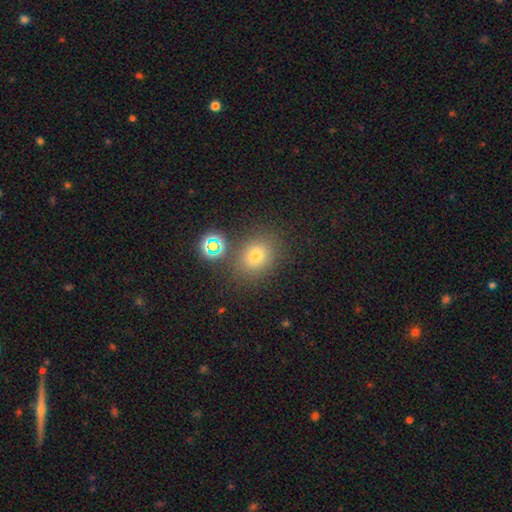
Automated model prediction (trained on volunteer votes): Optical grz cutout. It shows a smooth galaxy with no disk features (71%) that is round (53%). Merging: none (77%).